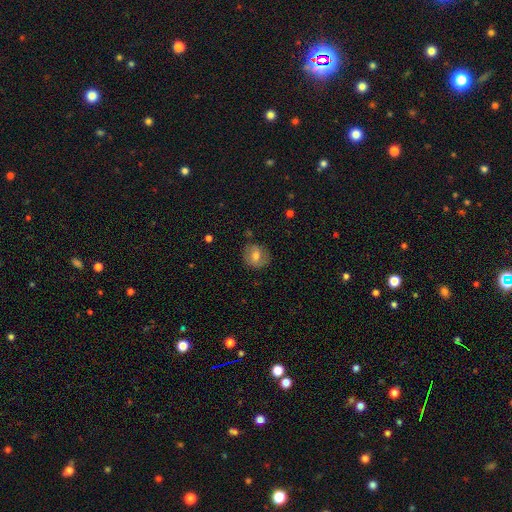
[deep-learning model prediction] smooth-or-featured: smooth: 65% | featured or disk: 27% | star or artifact: 9%
  how-rounded: round: 76% | in between: 23% | cigar-shaped: 1%
  merging: none: 78% | minor disturbance: 16% | major disturbance: 5% | merger: 2%